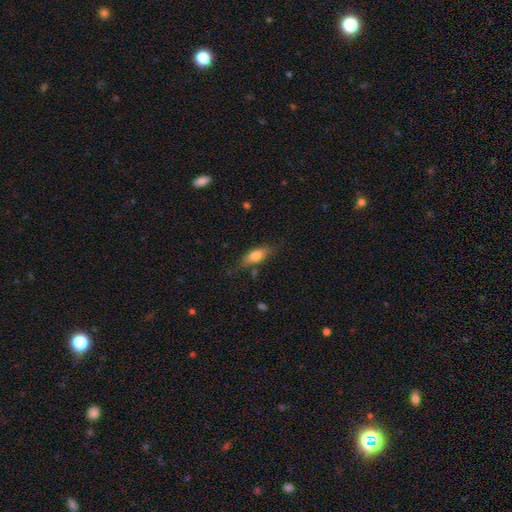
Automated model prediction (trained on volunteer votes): Overall: smooth (72%). How rounded: in between (72%). Merging: none (71%).